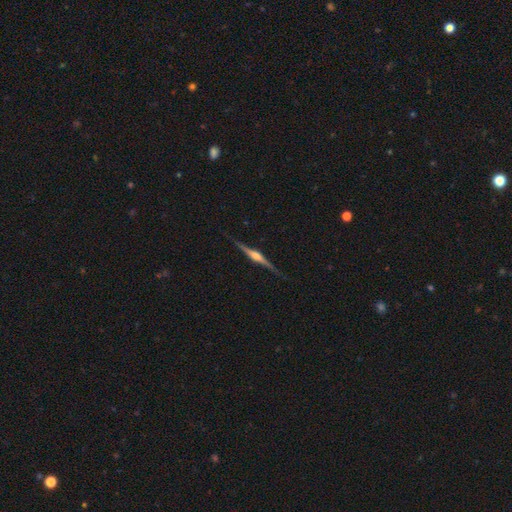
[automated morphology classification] Smooth or featured? featured or disk (84%)
Edge-on disk? yes (98%)
Edge-on bulge? rounded (86%)
Merging? none (87%)